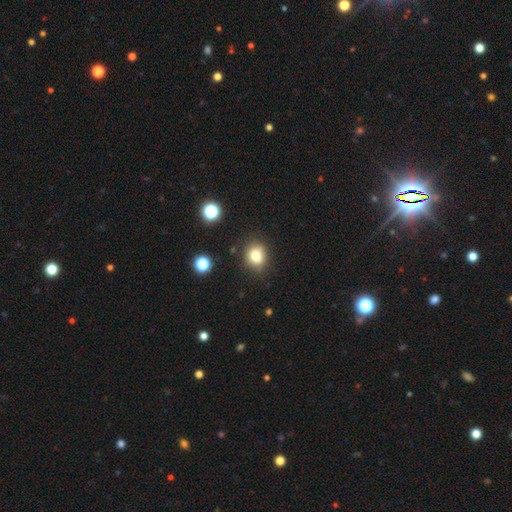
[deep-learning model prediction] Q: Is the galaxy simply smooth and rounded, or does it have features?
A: smooth — 78%.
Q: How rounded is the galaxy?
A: round — 70%.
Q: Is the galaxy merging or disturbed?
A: none — 80%.